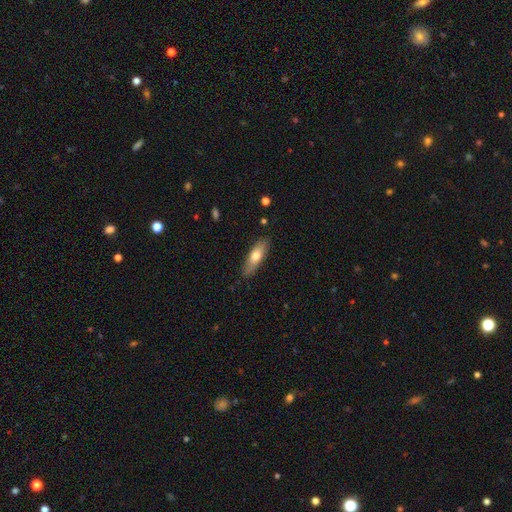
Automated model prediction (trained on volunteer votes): A smooth galaxy with no disk features (67%) that is cigar-shaped (54%).

Vote fractions:
- Smooth or featured? smooth: 67% / featured or disk: 27% / star or artifact: 6%
- How rounded? cigar-shaped: 54% / in between: 43% / round: 2%
- Merging? none: 85% / minor disturbance: 11% / major disturbance: 2% / merger: 1%